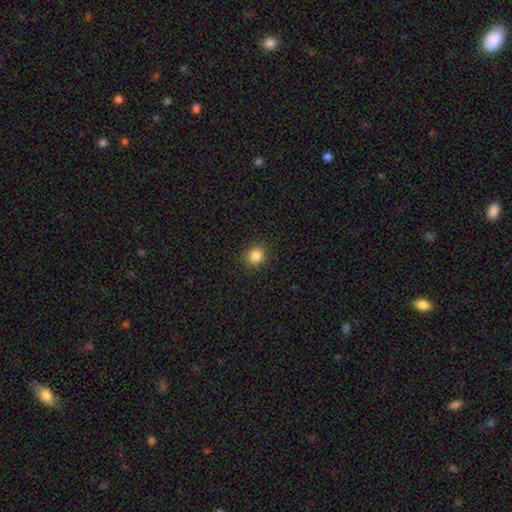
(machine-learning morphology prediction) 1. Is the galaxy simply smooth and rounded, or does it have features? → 85% smooth, 11% star or artifact, 4% featured or disk.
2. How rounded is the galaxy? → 81% round, 18% in between, 1% cigar-shaped.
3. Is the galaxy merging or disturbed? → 90% none, 7% minor disturbance, 2% major disturbance, 1% merger.